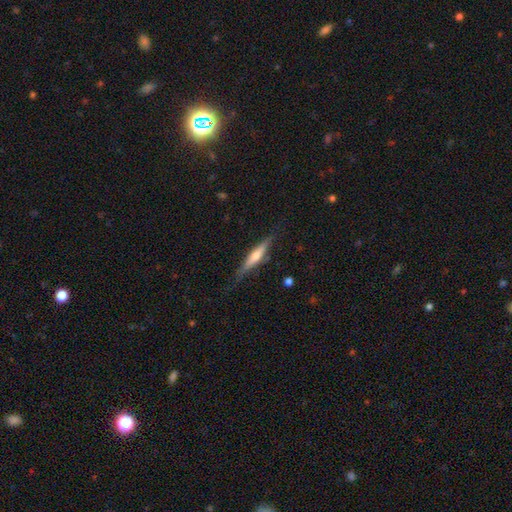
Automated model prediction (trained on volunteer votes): A featured or disk galaxy (58%) viewed edge-on (95%) with a rounded central bulge (75%). Merging: none (79%).